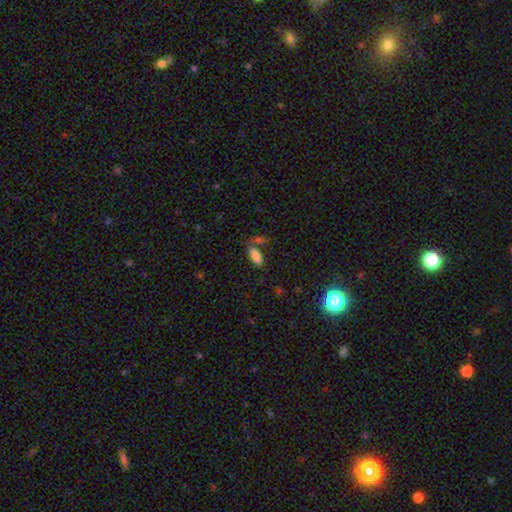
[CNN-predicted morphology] Overall: smooth (82%). How rounded: in between (80%). Merging: none (62%).